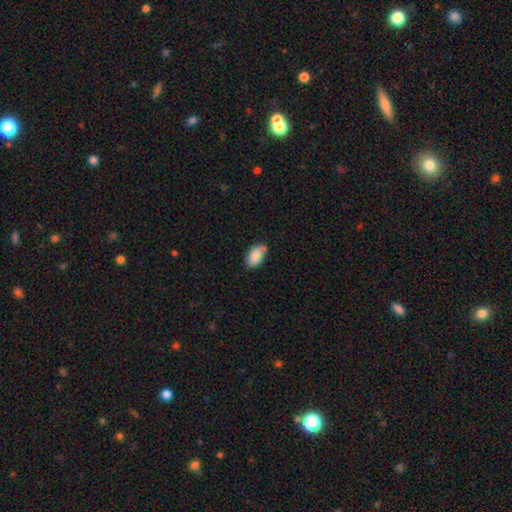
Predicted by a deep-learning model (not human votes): smooth 86%, star or artifact 7%, featured or disk 7%. Down the decision tree: how rounded — in between (92%); merging — none (67%).